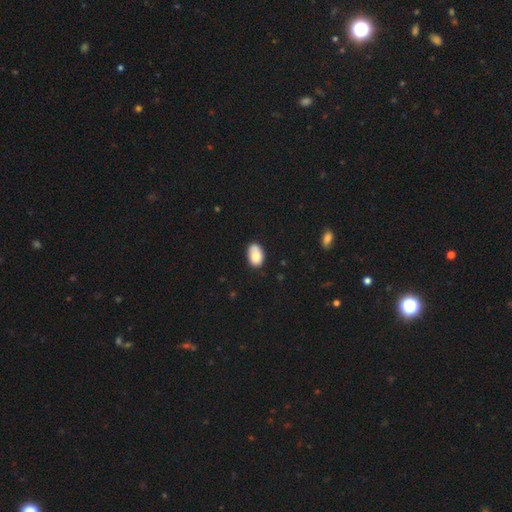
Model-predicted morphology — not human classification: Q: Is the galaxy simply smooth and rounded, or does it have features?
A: smooth — 79%.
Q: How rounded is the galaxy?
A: in between — 85%.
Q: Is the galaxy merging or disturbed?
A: none — 58%.